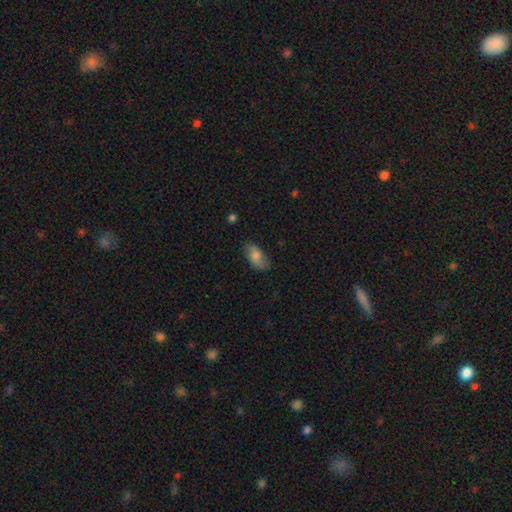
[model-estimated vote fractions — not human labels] Smooth or featured? Predicted: smooth (p=0.71). How rounded? Predicted: in between (p=0.91). Merging? Predicted: none (p=0.77).